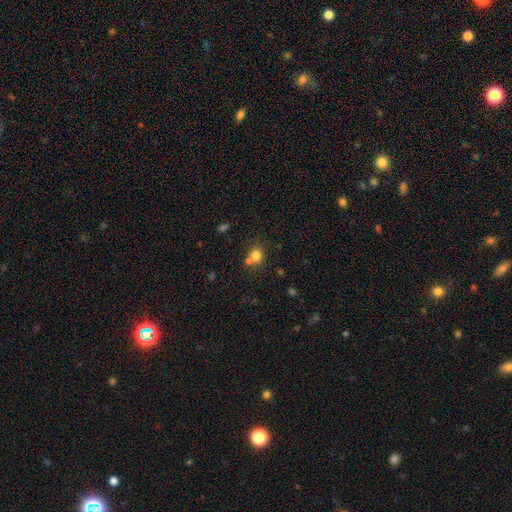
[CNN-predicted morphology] A smooth galaxy with no disk features (78%) that is round (80%).

Vote fractions:
- Smooth or featured? smooth: 78% / star or artifact: 13% / featured or disk: 9%
- How rounded? round: 80% / in between: 19% / cigar-shaped: 1%
- Merging? none: 53% / merger: 35% / minor disturbance: 9% / major disturbance: 3%